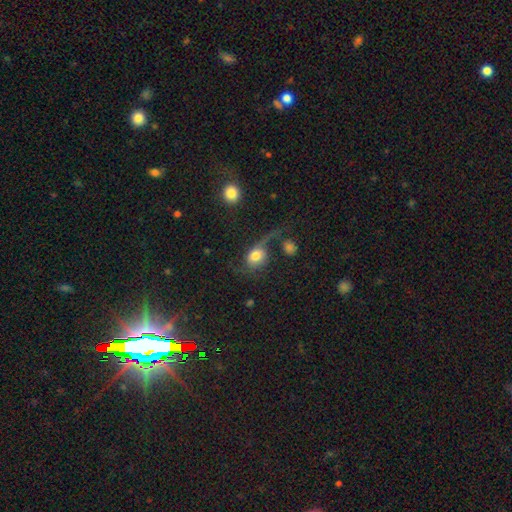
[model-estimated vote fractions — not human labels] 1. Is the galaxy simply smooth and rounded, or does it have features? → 57% smooth, 33% featured or disk, 10% star or artifact.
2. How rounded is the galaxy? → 49% round (tied), 49% in between (tied), 2% cigar-shaped.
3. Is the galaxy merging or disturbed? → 40% major disturbance, 32% none, 16% minor disturbance, 12% merger.